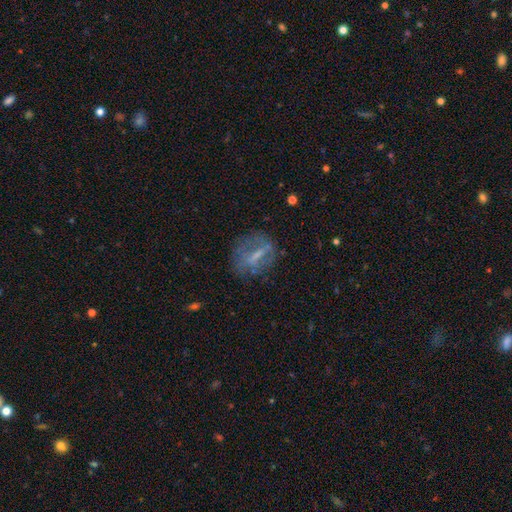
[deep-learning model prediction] Smooth or featured?
  - featured or disk: 53% *
  - smooth: 35%
  - star or artifact: 12%
Edge-on disk?
  - no: 89% *
  - yes: 11%
Merging?
  - none: 63% *
  - minor disturbance: 19%
  - major disturbance: 15%
  - merger: 2%